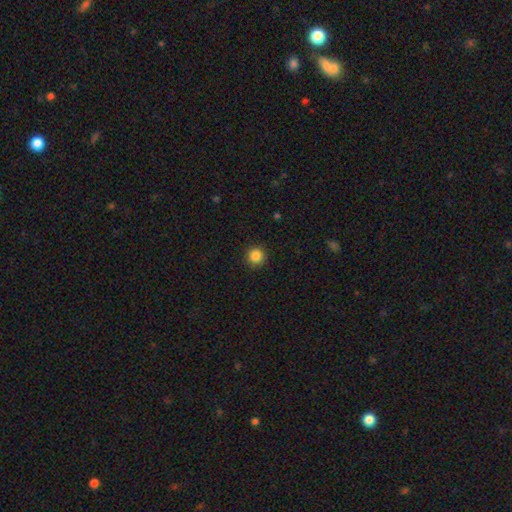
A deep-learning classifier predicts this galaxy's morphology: The model was most divided on "smooth or featured": smooth: 85%, star or artifact: 11%, featured or disk: 4%. More confident: how rounded — round (95%); merging — none (92%).